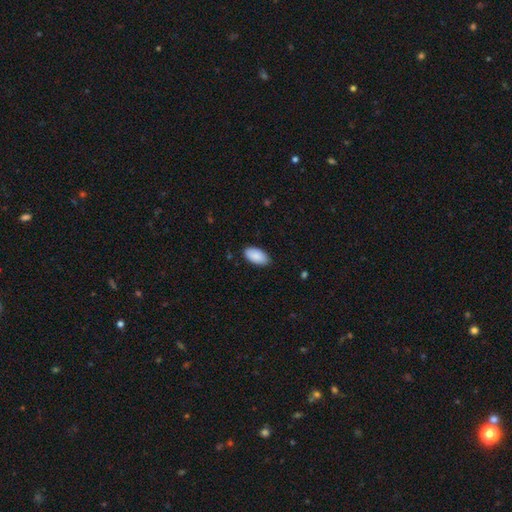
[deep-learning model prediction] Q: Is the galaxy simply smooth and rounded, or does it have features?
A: smooth — 90%.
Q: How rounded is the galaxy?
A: in between — 96%.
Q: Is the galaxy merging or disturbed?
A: none — 86%.